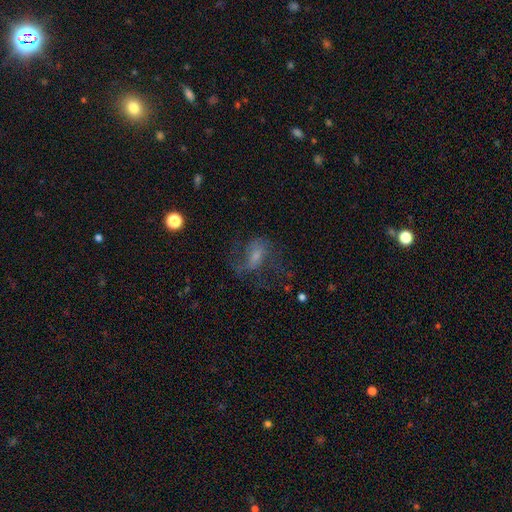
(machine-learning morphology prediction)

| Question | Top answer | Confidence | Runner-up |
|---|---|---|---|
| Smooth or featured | featured or disk | 53% | smooth (33%) |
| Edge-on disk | no | 95% | yes (5%) |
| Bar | no | 49% | weak (40%) |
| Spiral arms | yes | 66% | no (34%) |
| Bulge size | small | 45% | moderate (30%) |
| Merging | none | 42% | major disturbance (37%) |